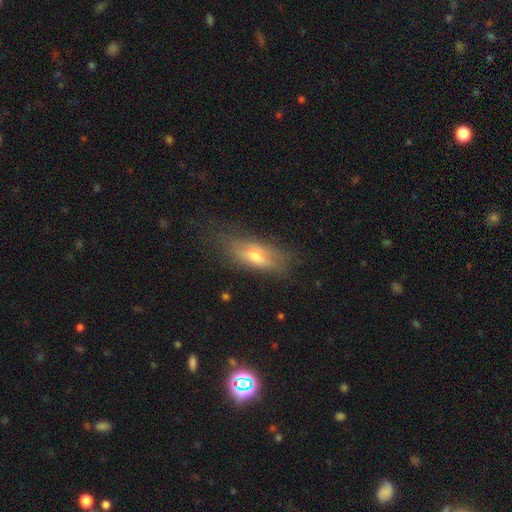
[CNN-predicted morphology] Smooth or featured?
  - smooth: 54% *
  - featured or disk: 37%
  - star or artifact: 9%
How rounded?
  - in between: 69% *
  - cigar-shaped: 27%
  - round: 4%
Merging?
  - none: 64% *
  - minor disturbance: 23%
  - major disturbance: 11%
  - merger: 2%